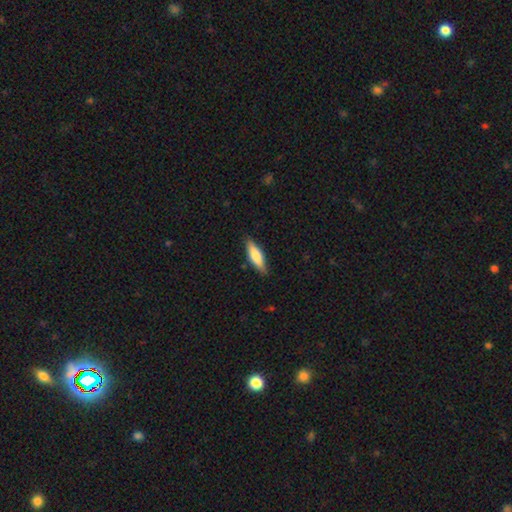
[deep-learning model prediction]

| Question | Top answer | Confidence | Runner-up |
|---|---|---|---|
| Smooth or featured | smooth | 67% | featured or disk (27%) |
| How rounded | cigar-shaped | 57% | in between (41%) |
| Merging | none | 85% | minor disturbance (12%) |